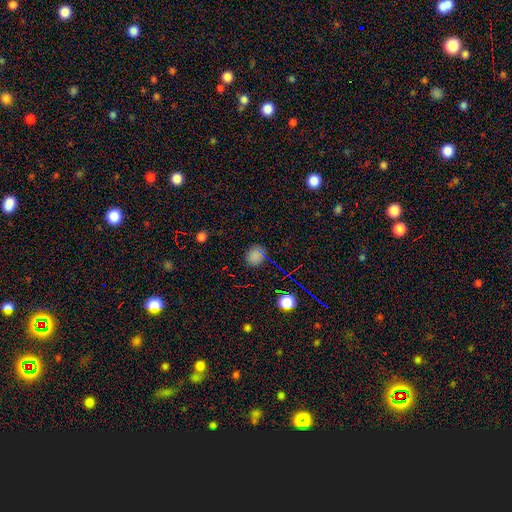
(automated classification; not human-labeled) smooth-or-featured: smooth: 70% | star or artifact: 24% | featured or disk: 6%
  how-rounded: round: 80% | in between: 19% | cigar-shaped: 1%
  merging: none: 83% | minor disturbance: 12% | major disturbance: 3% | merger: 2%